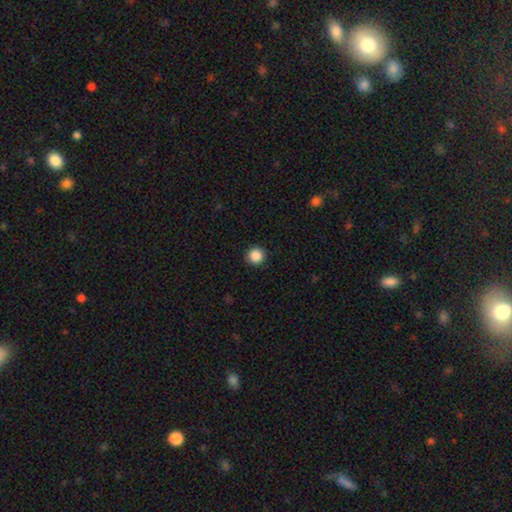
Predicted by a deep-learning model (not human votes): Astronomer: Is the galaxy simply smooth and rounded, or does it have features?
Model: smooth — 87%.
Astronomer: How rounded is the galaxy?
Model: round — 96%.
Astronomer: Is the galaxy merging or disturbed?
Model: none — 92%.